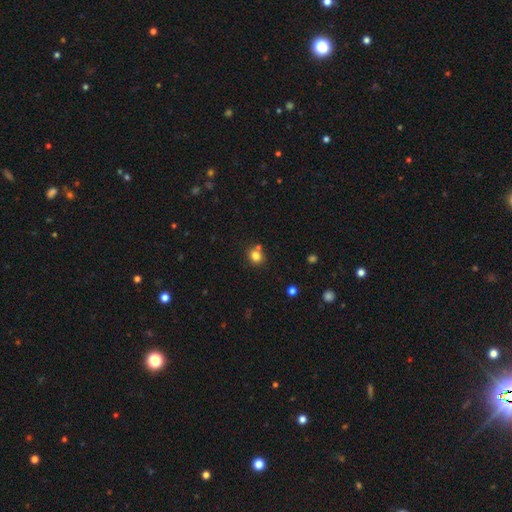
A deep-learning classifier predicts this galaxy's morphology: A smooth galaxy with no disk features (81%) that is round (80%). Merging: none (70%).